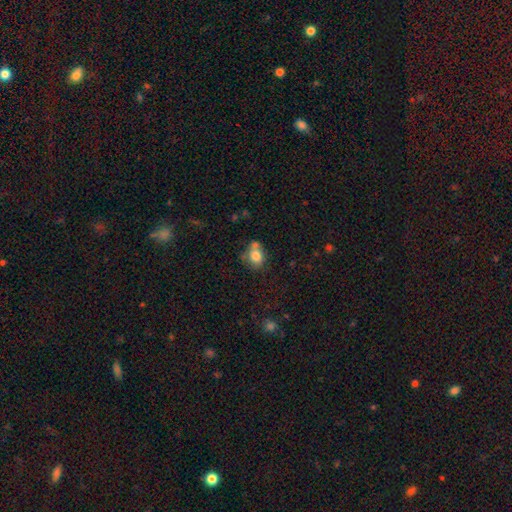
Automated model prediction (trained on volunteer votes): smooth_or_featured: smooth (p=0.78) [alt: featured or disk p=0.12]
how_rounded: round (p=0.59) [alt: in between p=0.40]
merging: none (p=0.47) [alt: merger p=0.28]